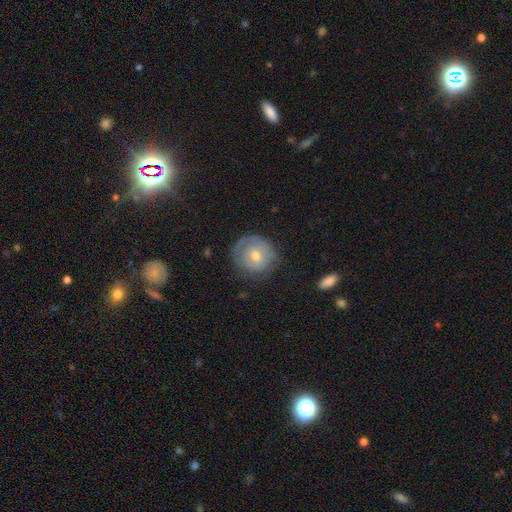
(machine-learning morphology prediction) Overall: smooth (56%; featured or disk 37%). How rounded: round (87%). Merging: none (65%).